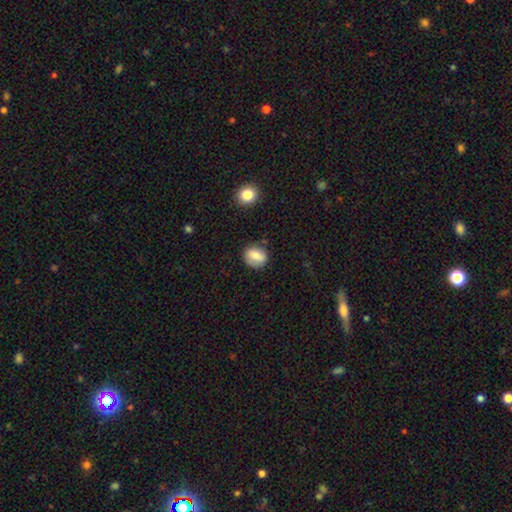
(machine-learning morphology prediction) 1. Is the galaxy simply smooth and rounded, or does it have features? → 80% smooth, 12% featured or disk, 9% star or artifact.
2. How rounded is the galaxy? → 63% round, 36% in between, 1% cigar-shaped.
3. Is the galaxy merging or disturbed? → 78% none, 16% minor disturbance, 4% major disturbance, 3% merger.